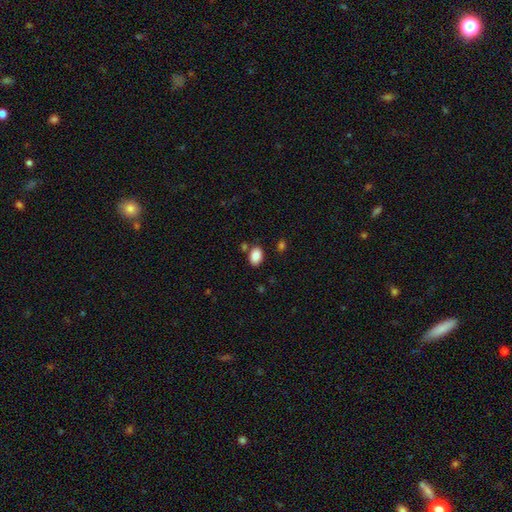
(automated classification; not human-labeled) A smooth galaxy with no disk features (88%) that is in between round and cigar-shaped (85%).

Vote fractions:
- Smooth or featured? smooth: 88% / star or artifact: 8% / featured or disk: 4%
- How rounded? in between: 85% / round: 13% / cigar-shaped: 1%
- Merging? none: 78% / minor disturbance: 11% / merger: 7% / major disturbance: 3%